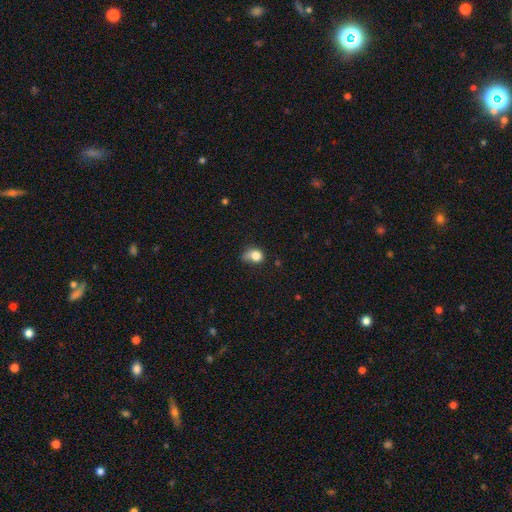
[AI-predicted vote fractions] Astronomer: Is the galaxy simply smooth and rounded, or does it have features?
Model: smooth — 81%.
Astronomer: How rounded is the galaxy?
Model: round — 52% (runner-up: in between, 46%).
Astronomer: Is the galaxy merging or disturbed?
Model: none — 40% (runner-up: minor disturbance, 39%).